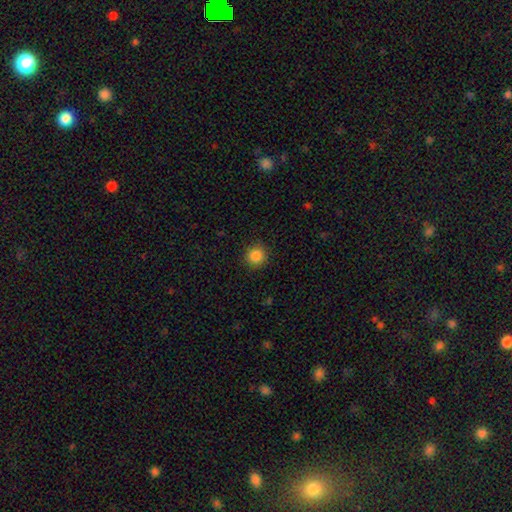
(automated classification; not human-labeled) Smooth or featured: smooth — 87% (star or artifact — 10%)
How rounded: round — 93% (in between — 6%)
Merging: none — 91% (minor disturbance — 6%)